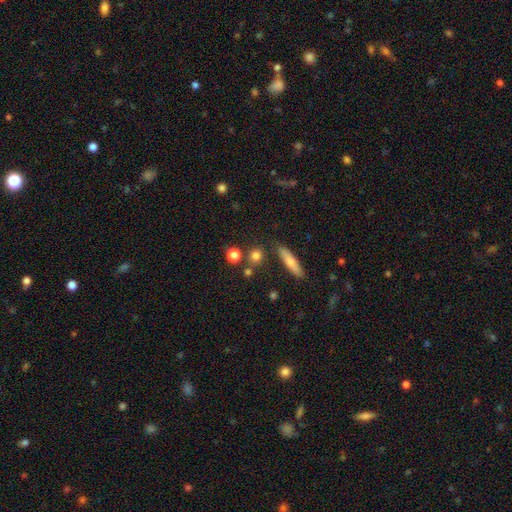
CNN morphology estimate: type=smooth (78%); roundness=round (79%); merging=none (75%).